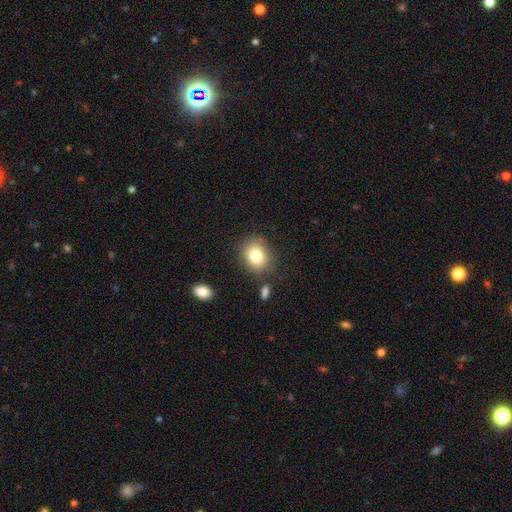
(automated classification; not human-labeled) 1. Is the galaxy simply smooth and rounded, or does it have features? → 79% smooth, 11% star or artifact, 10% featured or disk.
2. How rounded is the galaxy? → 66% round, 33% in between, 1% cigar-shaped.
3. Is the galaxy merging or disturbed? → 80% none, 12% minor disturbance, 4% merger, 4% major disturbance.